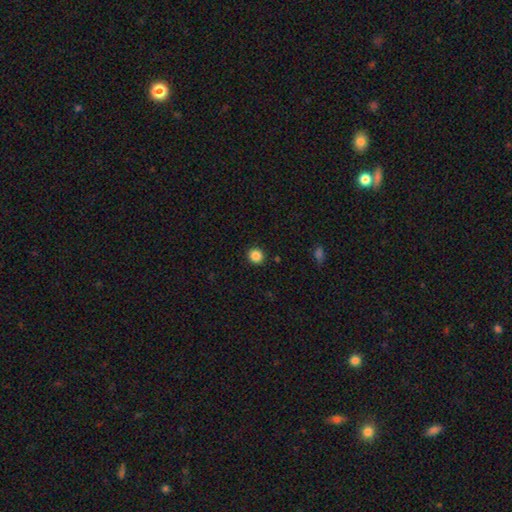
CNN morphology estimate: Smooth or featured: smooth — 86% (star or artifact — 11%)
How rounded: round — 90% (in between — 9%)
Merging: none — 92% (minor disturbance — 5%)